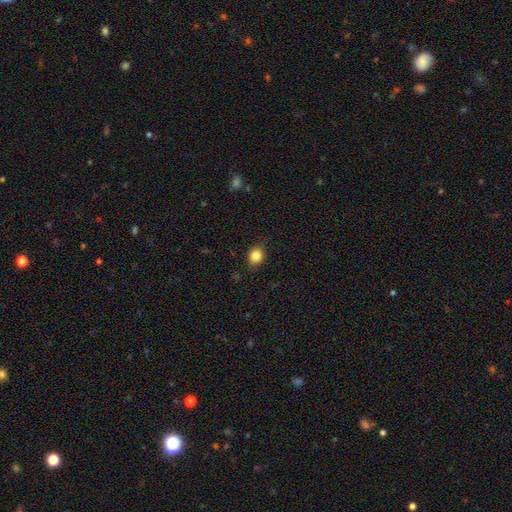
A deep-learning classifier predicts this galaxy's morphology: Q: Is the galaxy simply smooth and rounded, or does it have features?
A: smooth — 84%.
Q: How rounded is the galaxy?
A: round — 61%.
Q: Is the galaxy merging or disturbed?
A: none — 85%.